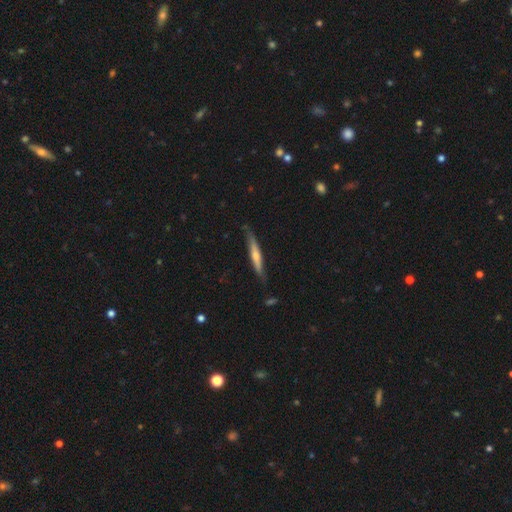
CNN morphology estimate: Overall: featured or disk (61%; smooth 32%). Edge-on disk: yes (94%). Edge-on bulge: rounded (69%). Merging: none (81%).